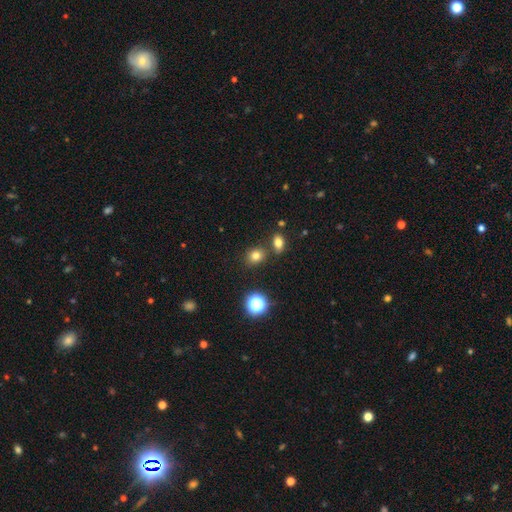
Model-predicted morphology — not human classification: A smooth galaxy with no disk features (76%) that is round (58%).

Vote fractions:
- Smooth or featured? smooth: 76% / star or artifact: 16% / featured or disk: 8%
- How rounded? round: 58% / in between: 41% / cigar-shaped: 1%
- Merging? none: 74% / merger: 13% / minor disturbance: 10% / major disturbance: 3%